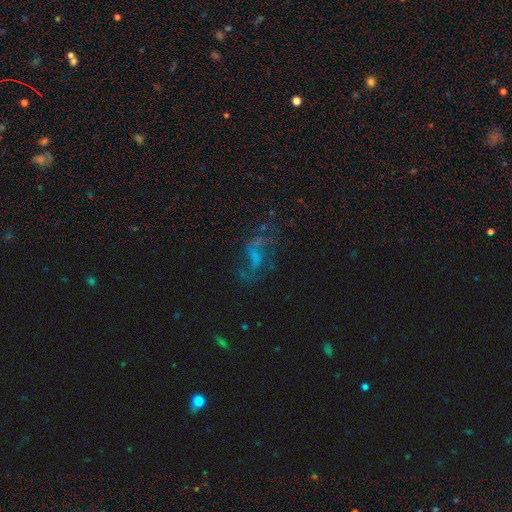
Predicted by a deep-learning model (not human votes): smooth_or_featured: featured or disk (p=0.62) [alt: star or artifact p=0.20]
disk_edge_on: no (p=0.96) [alt: yes p=0.04]
bar: no (p=0.47) [alt: weak p=0.40]
has_spiral_arms: yes (p=0.72) [alt: no p=0.28]
bulge_size: none (p=0.56) [alt: small p=0.23]
merging: none (p=0.53) [alt: major disturbance p=0.25]